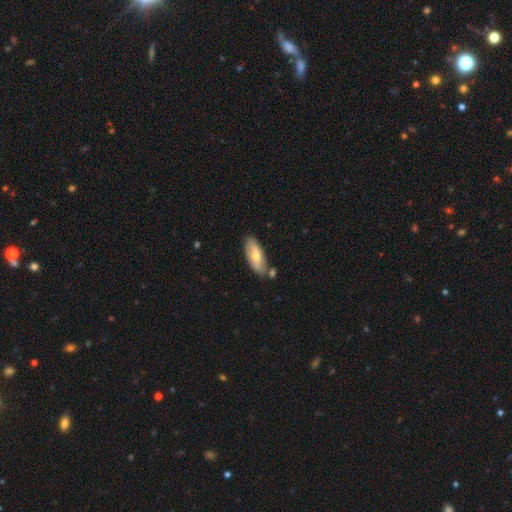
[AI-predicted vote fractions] smooth-or-featured: smooth: 62% | featured or disk: 32% | star or artifact: 6%
  how-rounded: in between: 76% | cigar-shaped: 21% | round: 2%
  merging: none: 73% | minor disturbance: 16% | merger: 9% | major disturbance: 3%